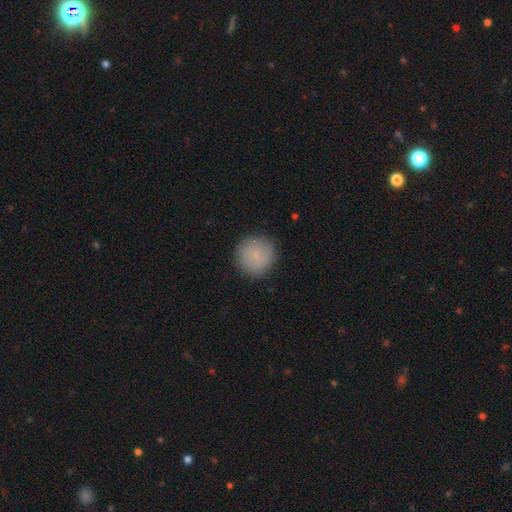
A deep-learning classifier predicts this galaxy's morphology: Overall: smooth (85%). How rounded: round (95%). Merging: none (89%).